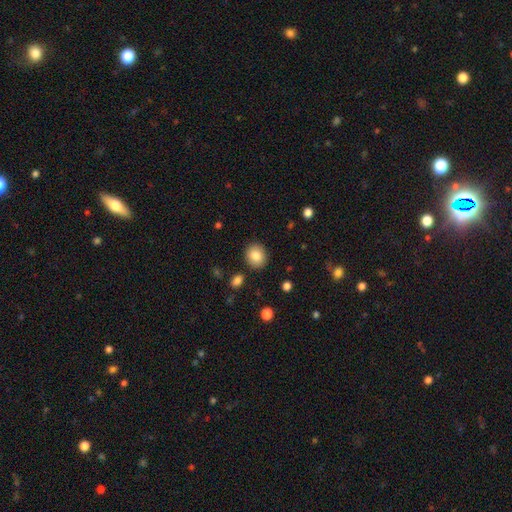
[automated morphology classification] smooth 85%, star or artifact 8%, featured or disk 7%. Down the decision tree: how rounded — round (75%); merging — none (88%).